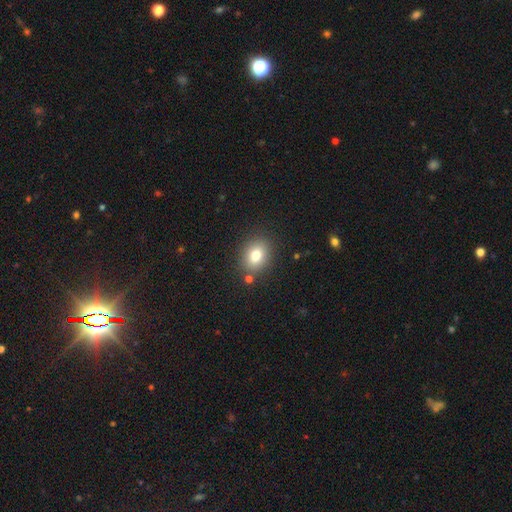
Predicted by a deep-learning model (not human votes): Smooth or featured? Predicted: smooth (p=0.78). How rounded? Predicted: round (p=0.51). Merging? Predicted: none (p=0.83).